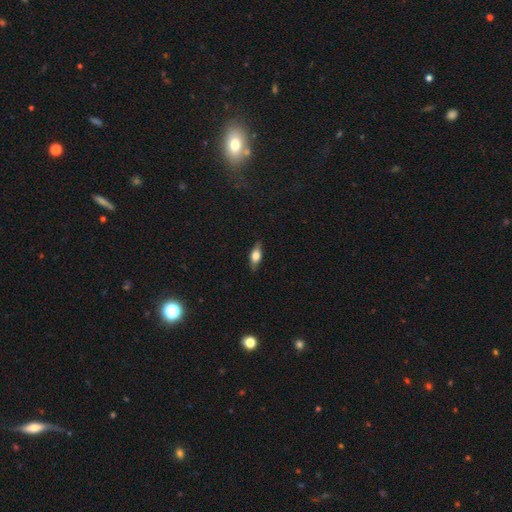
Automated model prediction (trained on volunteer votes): Smooth or featured? Predicted: smooth (p=0.56). How rounded? Predicted: in between (p=0.72). Merging? Predicted: none (p=0.84).